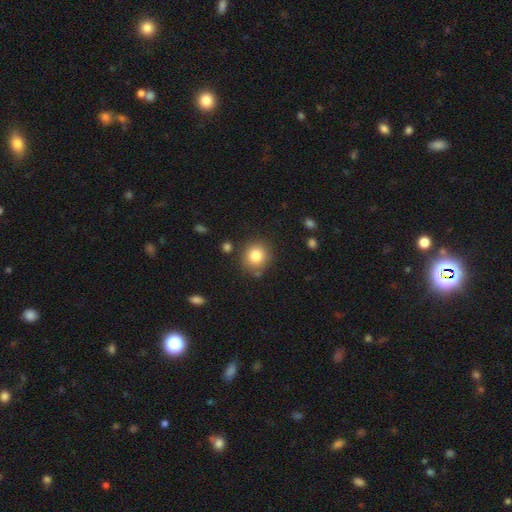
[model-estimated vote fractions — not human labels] This appears to be a smooth galaxy with no disk features (83%) that is round (87%). Merging: none (82%).